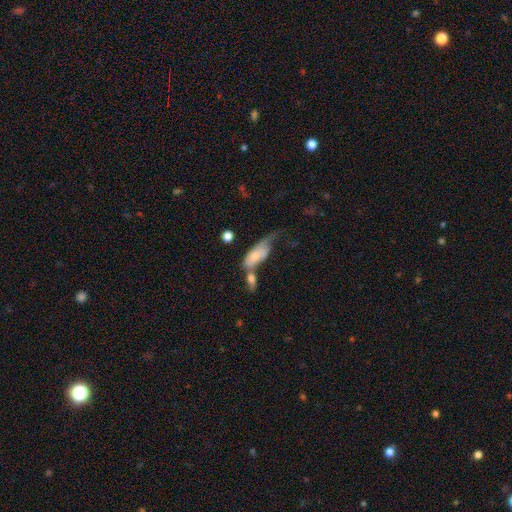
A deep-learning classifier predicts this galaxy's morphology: type=smooth (68%); roundness=in between (79%); merging=merger (47%).